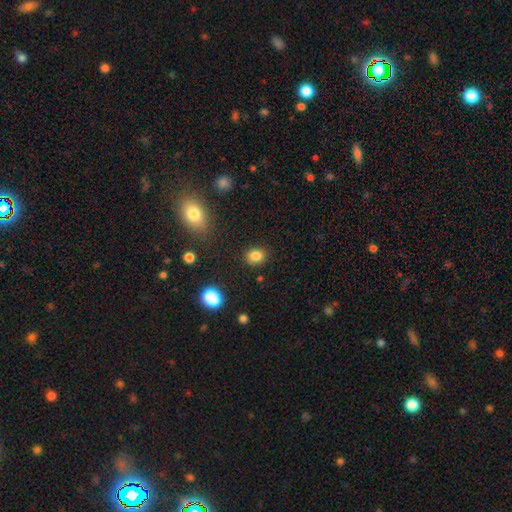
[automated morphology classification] Smooth or featured: smooth — 83% (star or artifact — 12%)
How rounded: round — 58% (in between — 41%)
Merging: none — 87% (minor disturbance — 9%)